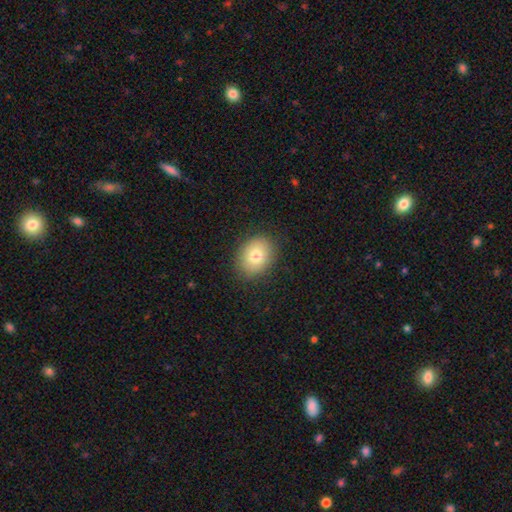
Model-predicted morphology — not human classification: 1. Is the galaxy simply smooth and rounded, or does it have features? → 79% smooth, 12% featured or disk, 9% star or artifact.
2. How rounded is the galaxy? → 53% in between, 47% round, 1% cigar-shaped.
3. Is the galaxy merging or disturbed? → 87% none, 9% minor disturbance, 3% major disturbance, 1% merger.